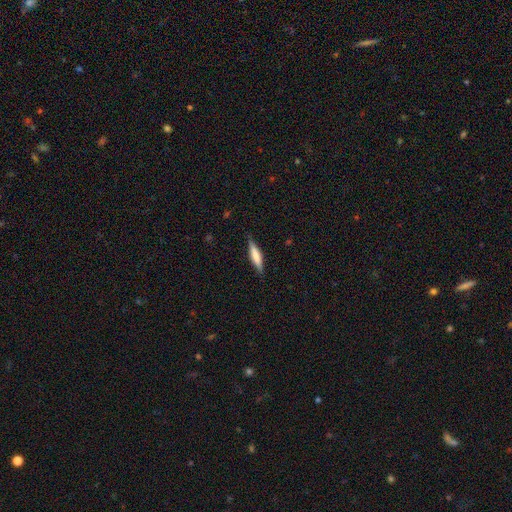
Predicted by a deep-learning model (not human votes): A smooth galaxy with no disk features (57%) that is cigar-shaped (81%). Merging: none (86%).